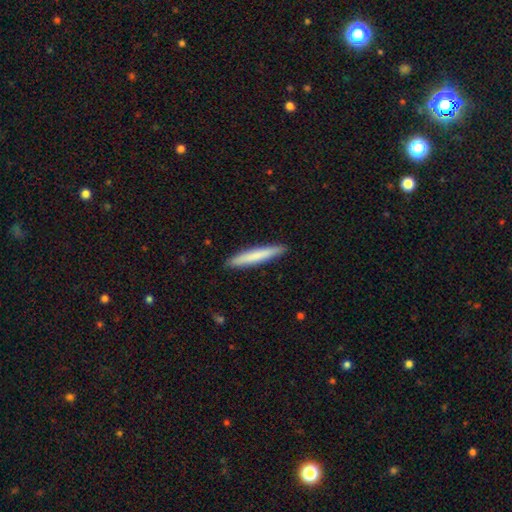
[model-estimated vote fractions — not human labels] A smooth galaxy with no disk features (75%) that is cigar-shaped (95%).

Vote fractions:
- Smooth or featured? smooth: 75% / featured or disk: 20% / star or artifact: 5%
- How rounded? cigar-shaped: 95% / in between: 4% / round: 1%
- Merging? none: 92% / minor disturbance: 6% / major disturbance: 1% / merger: 1%